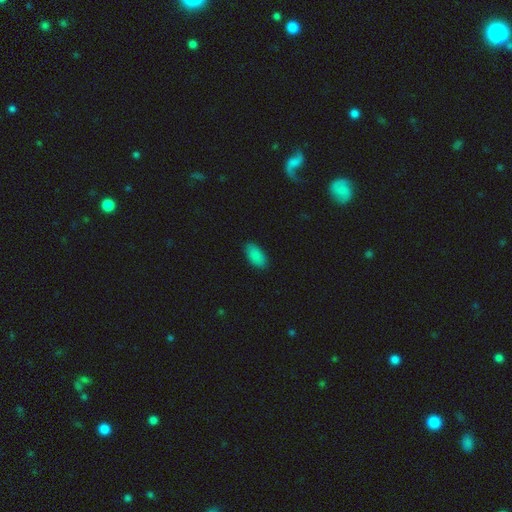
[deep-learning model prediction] This appears to be a smooth galaxy with no disk features (88%) that is in between round and cigar-shaped (93%). Merging: none (87%).